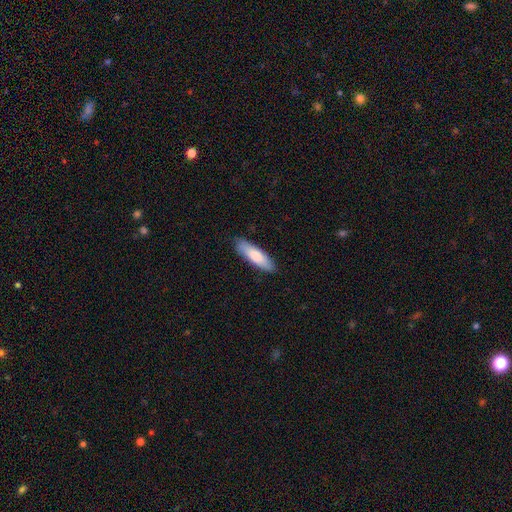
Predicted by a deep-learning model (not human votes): Overall: smooth (77%). How rounded: cigar-shaped (54%; in between 44%). Merging: none (86%).